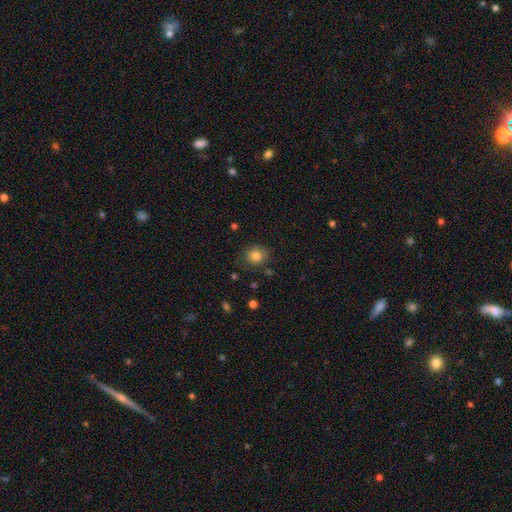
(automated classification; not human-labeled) Smooth or featured? Predicted: smooth (p=0.82). How rounded? Predicted: round (p=0.82). Merging? Predicted: none (p=0.83).